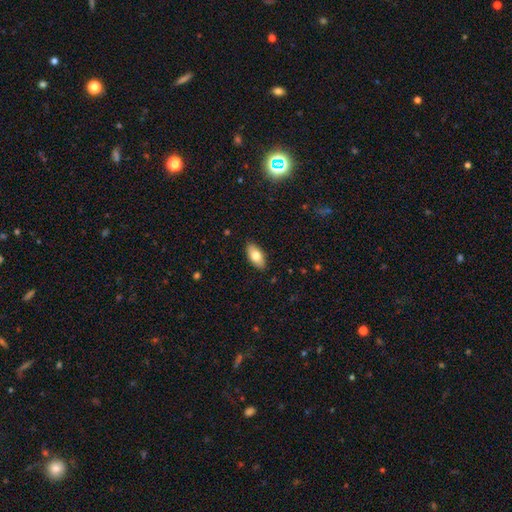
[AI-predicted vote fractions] This is likely a smooth galaxy (75%). How rounded: clearly in between (90%). Merging: clearly none (89%).